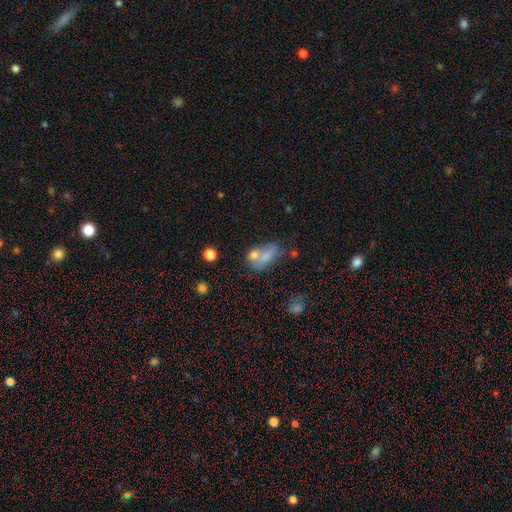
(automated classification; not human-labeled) Q: Smooth or featured?
A: smooth (65%); runner-up: featured or disk (21%)
Q: How rounded?
A: in between (77%); runner-up: round (19%)
Q: Merging?
A: merger (50%); runner-up: none (28%)